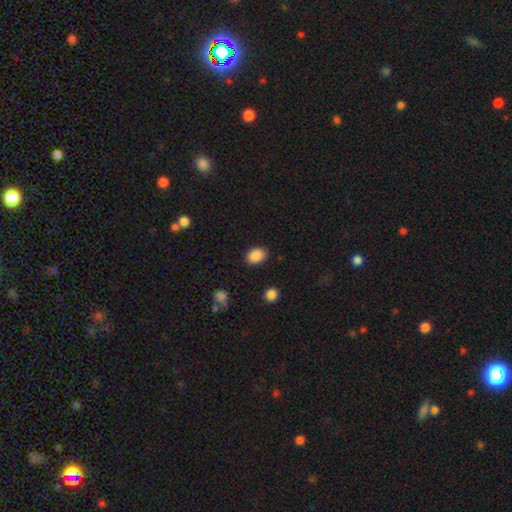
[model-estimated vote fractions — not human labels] A smooth galaxy with no disk features (89%) that is in between round and cigar-shaped (76%). Merging: none (87%).